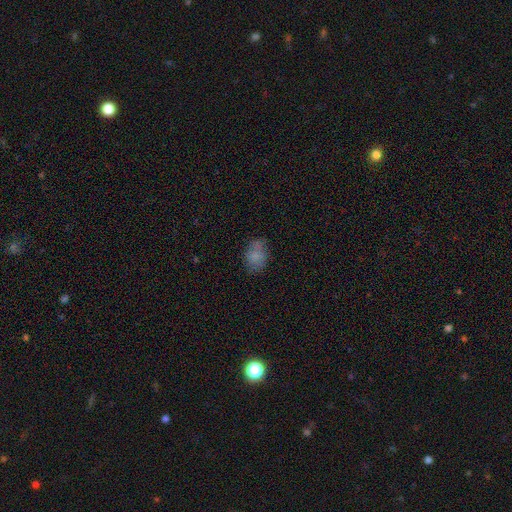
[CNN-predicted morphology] A smooth galaxy with no disk features (79%) that is in between round and cigar-shaped (73%). Merging: none (62%).